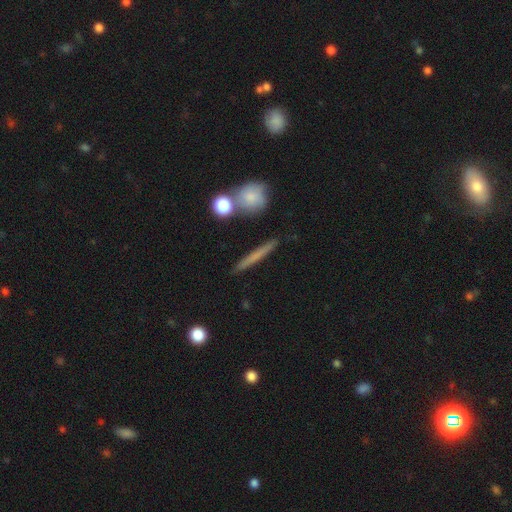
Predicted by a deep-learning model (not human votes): This is possibly a smooth galaxy (56%). How rounded: clearly cigar-shaped (90%). Merging: clearly none (85%).